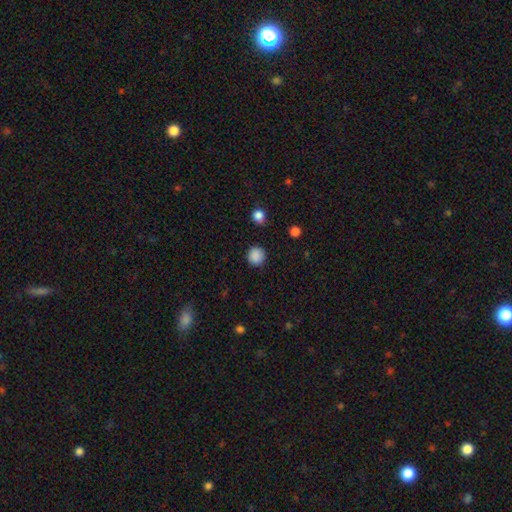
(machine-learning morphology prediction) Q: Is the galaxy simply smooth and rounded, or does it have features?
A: smooth — 87%.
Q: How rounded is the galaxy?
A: round — 93%.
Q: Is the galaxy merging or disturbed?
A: none — 89%.